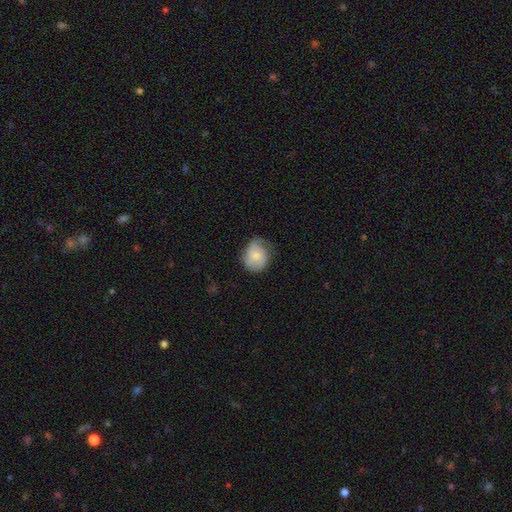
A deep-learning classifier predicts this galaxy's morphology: smooth-or-featured: smooth: 49% | featured or disk: 44% | star or artifact: 7%
  merging: none: 58% | minor disturbance: 30% | major disturbance: 11% | merger: 1%